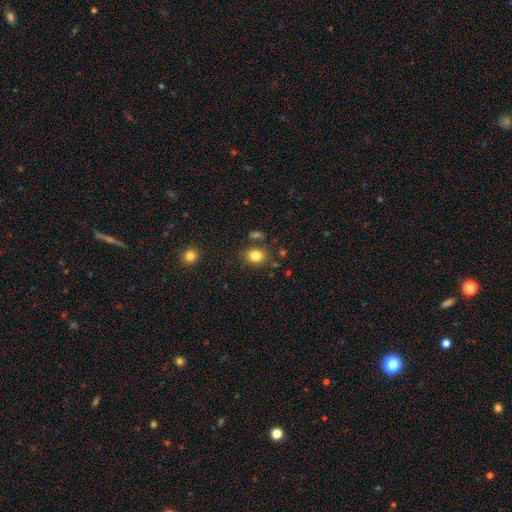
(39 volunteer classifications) Smooth or featured? 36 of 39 (92%) said smooth. How rounded? 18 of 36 (50%) said round. Merging? 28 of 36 (78%) said none.